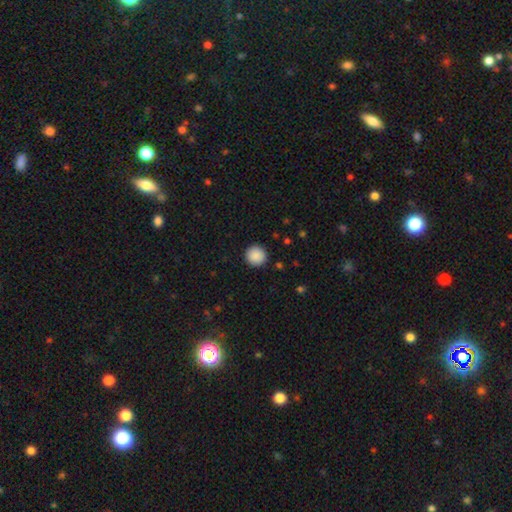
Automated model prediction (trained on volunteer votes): Q: Smooth or featured?
A: smooth (90%); runner-up: star or artifact (8%)
Q: How rounded?
A: round (95%); runner-up: in between (4%)
Q: Merging?
A: none (92%); runner-up: minor disturbance (5%)